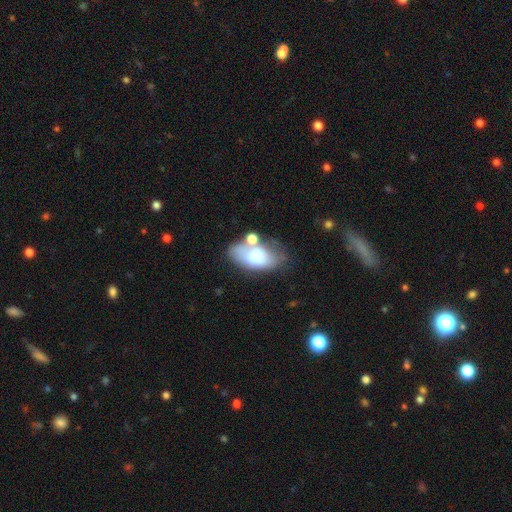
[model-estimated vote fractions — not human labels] Overall: smooth (66%; featured or disk 26%). How rounded: in between (92%). Merging: none (42%; merger 24%).